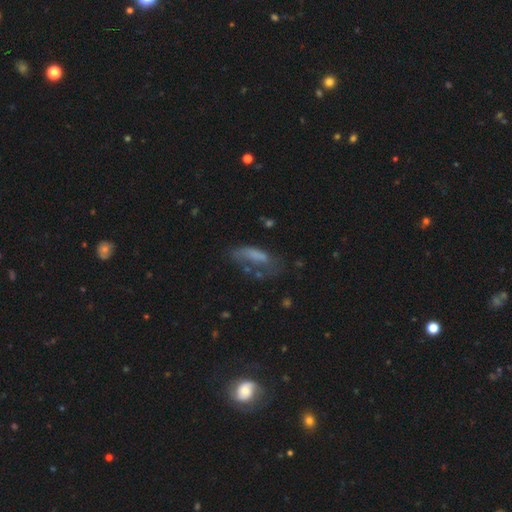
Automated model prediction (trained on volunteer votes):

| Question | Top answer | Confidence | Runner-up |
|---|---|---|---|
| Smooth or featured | smooth | 59% | featured or disk (28%) |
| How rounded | in between | 66% | cigar-shaped (31%) |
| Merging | none | 36% | major disturbance (33%) |